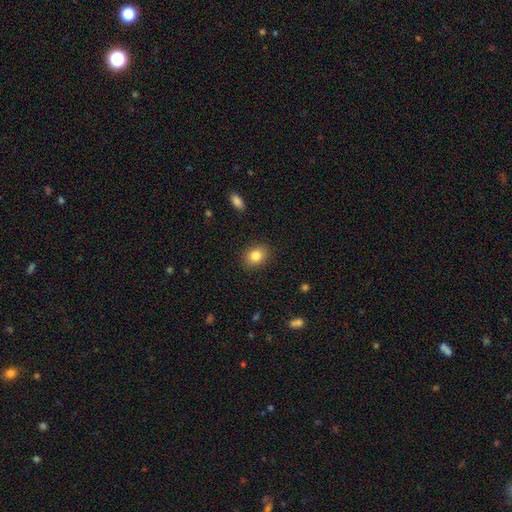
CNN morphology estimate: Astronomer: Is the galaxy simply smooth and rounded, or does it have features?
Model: smooth — 84%.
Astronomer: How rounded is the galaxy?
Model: in between — 53% (runner-up: round, 46%).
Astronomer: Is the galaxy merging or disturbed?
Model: none — 88%.